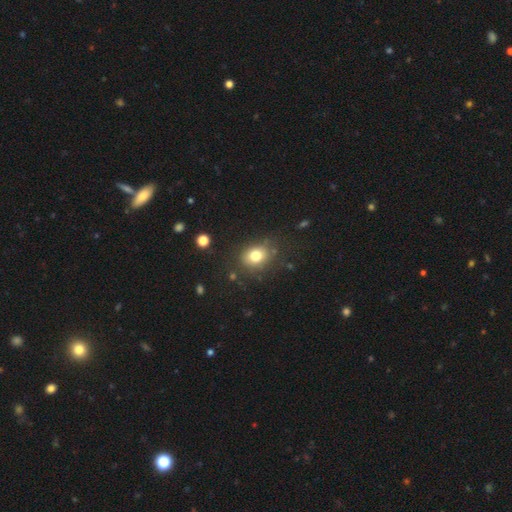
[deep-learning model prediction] smooth-or-featured: smooth: 78% | star or artifact: 12% | featured or disk: 10%
  how-rounded: round: 50% | in between: 49% | cigar-shaped: 1%
  merging: none: 78% | minor disturbance: 14% | major disturbance: 5% | merger: 3%